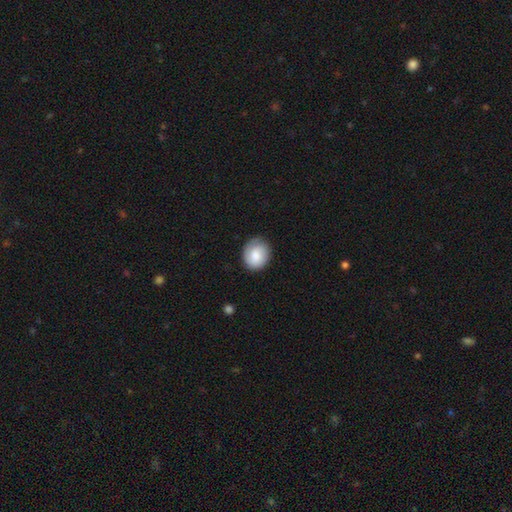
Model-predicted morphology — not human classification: This appears to be a smooth galaxy with no disk features (77%) that is round (66%). Merging: none (78%).